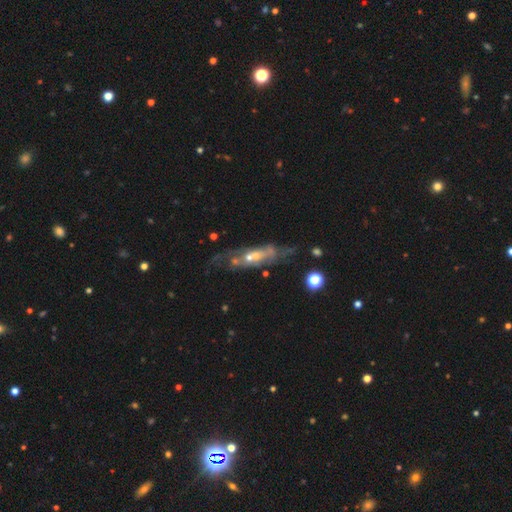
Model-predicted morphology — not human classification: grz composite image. It shows a featured or disk galaxy (71%). Merging: none (55%).